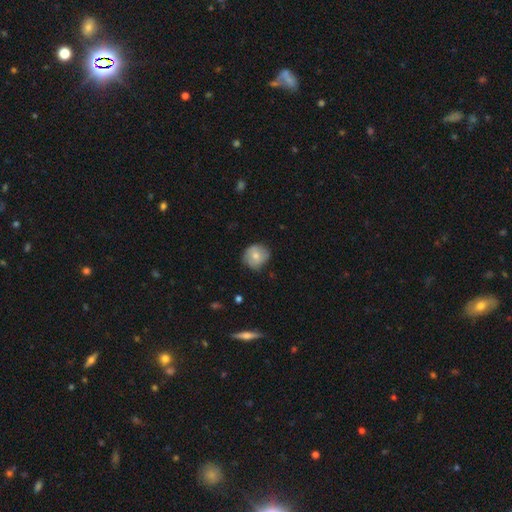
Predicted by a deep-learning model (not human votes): A smooth galaxy with no disk features (67%) that is round (86%). Merging: none (74%).